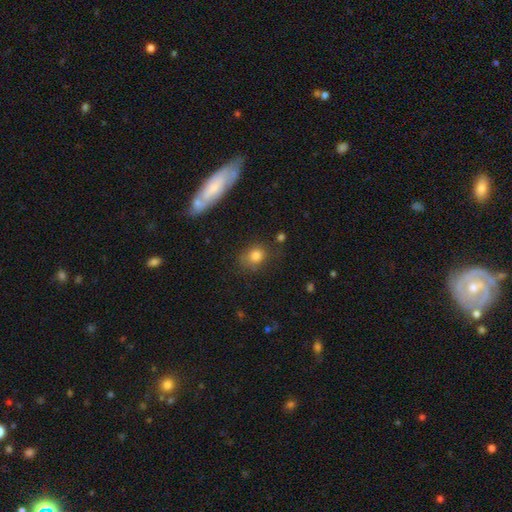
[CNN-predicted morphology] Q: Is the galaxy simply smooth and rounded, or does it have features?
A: smooth — 81%.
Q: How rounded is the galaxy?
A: round — 57%.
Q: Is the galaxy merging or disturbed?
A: none — 67%.